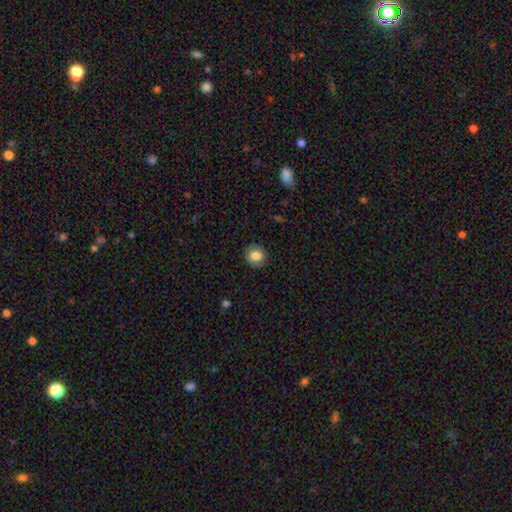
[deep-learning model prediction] A smooth galaxy with no disk features (75%) that is round (72%). Merging: none (85%).